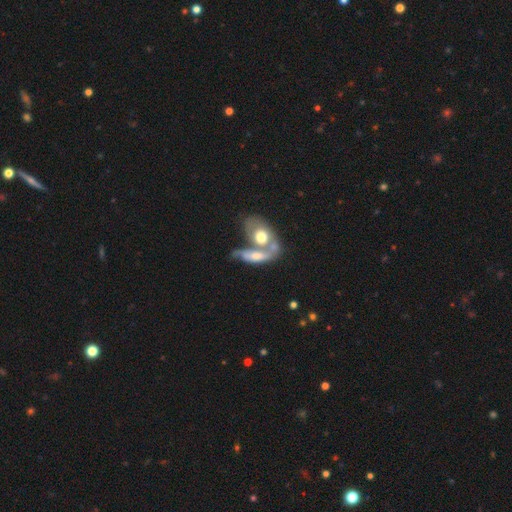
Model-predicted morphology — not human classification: This appears to be a featured or disk galaxy (52%). Merging: merger (66%).